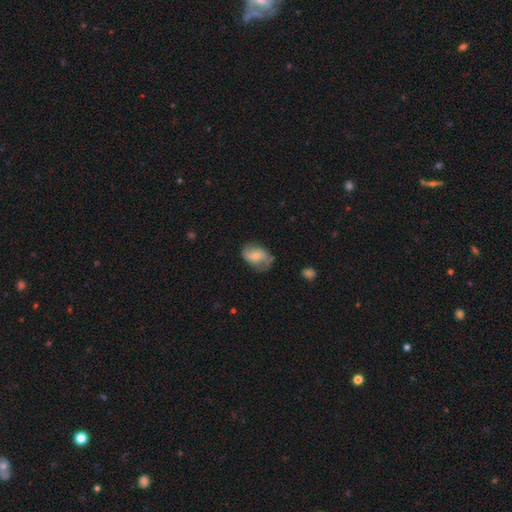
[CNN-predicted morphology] type=smooth (48%); merging=none (53%).